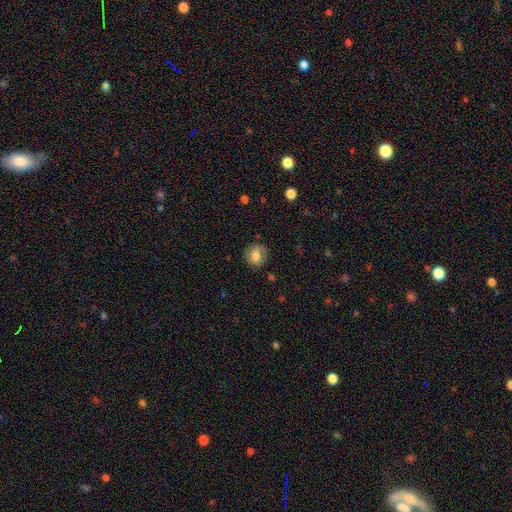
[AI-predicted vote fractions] Q: Smooth or featured?
A: smooth (68%); runner-up: featured or disk (23%)
Q: How rounded?
A: round (70%); runner-up: in between (29%)
Q: Merging?
A: none (80%); runner-up: minor disturbance (14%)